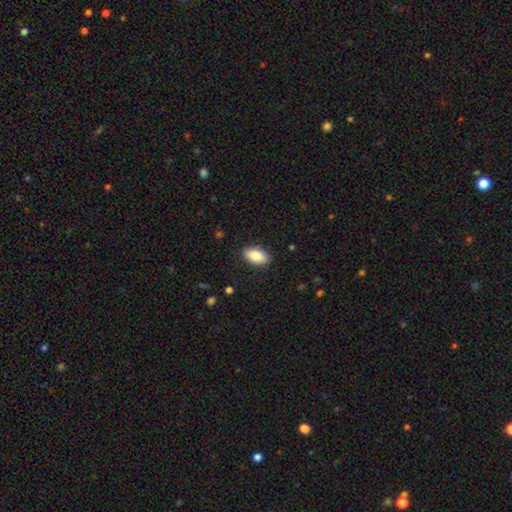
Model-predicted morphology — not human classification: smooth-or-featured: smooth: 86% | featured or disk: 7% | star or artifact: 7%
  how-rounded: in between: 93% | round: 4% | cigar-shaped: 3%
  merging: none: 87% | minor disturbance: 10% | major disturbance: 2% | merger: 1%